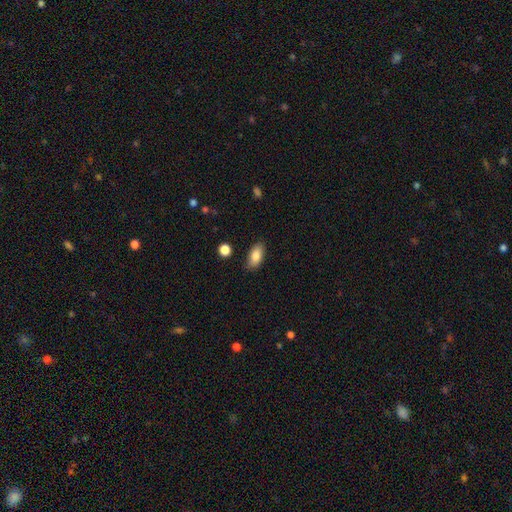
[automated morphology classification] A smooth galaxy with no disk features (85%) that is in between round and cigar-shaped (90%). Merging: none (84%).